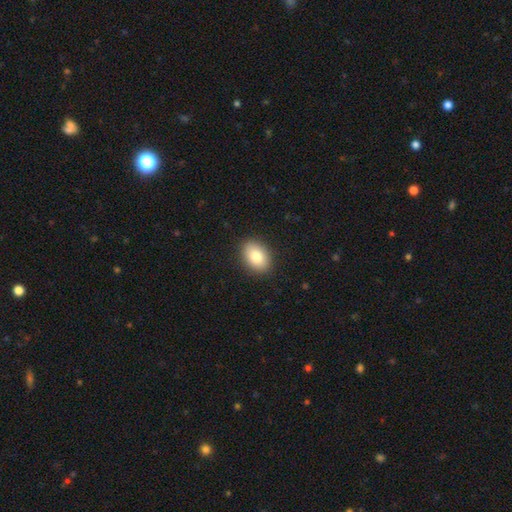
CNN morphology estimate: A smooth galaxy with no disk features (84%) that is in between round and cigar-shaped (83%).

Vote fractions:
- Smooth or featured? smooth: 84% / featured or disk: 9% / star or artifact: 7%
- How rounded? in between: 83% / round: 16% / cigar-shaped: 1%
- Merging? none: 89% / minor disturbance: 8% / major disturbance: 2% / merger: 1%